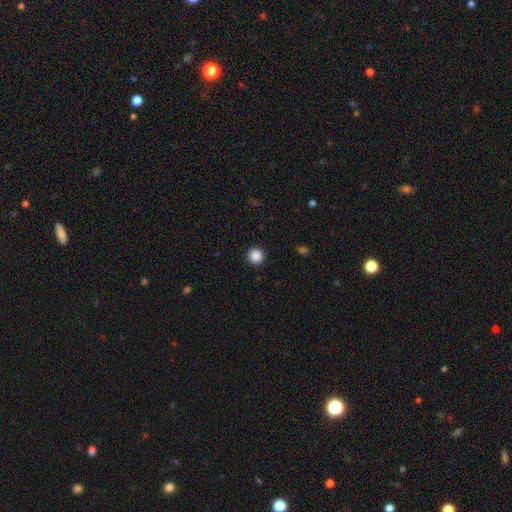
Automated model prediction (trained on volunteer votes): A smooth galaxy with no disk features (88%) that is round (94%).

Vote fractions:
- Smooth or featured? smooth: 88% / star or artifact: 10% / featured or disk: 2%
- How rounded? round: 94% / in between: 5% / cigar-shaped: 1%
- Merging? none: 93% / minor disturbance: 5% / major disturbance: 2% / merger: 1%